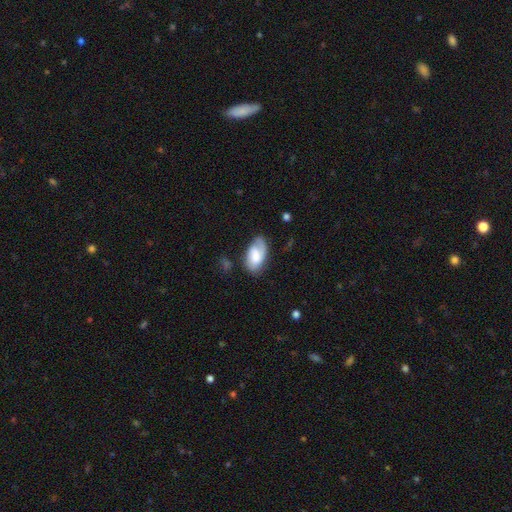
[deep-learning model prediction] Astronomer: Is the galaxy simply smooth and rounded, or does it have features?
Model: smooth — 51% (runner-up: featured or disk, 42%).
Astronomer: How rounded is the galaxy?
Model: in between — 94%.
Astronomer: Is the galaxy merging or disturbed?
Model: none — 62%.